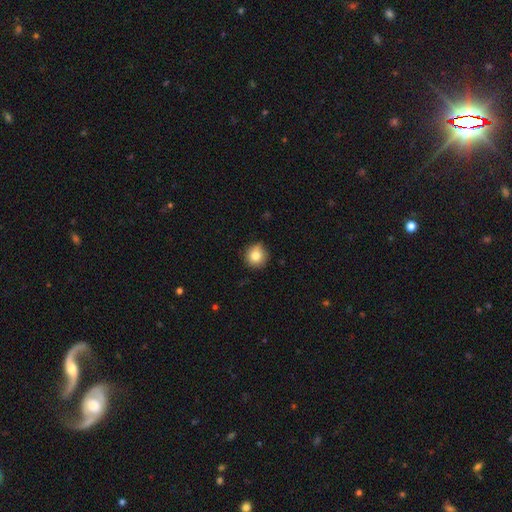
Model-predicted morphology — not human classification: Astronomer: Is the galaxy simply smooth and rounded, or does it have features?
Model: smooth — 81%.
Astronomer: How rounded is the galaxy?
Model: round — 93%.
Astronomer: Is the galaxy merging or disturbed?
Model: none — 83%.